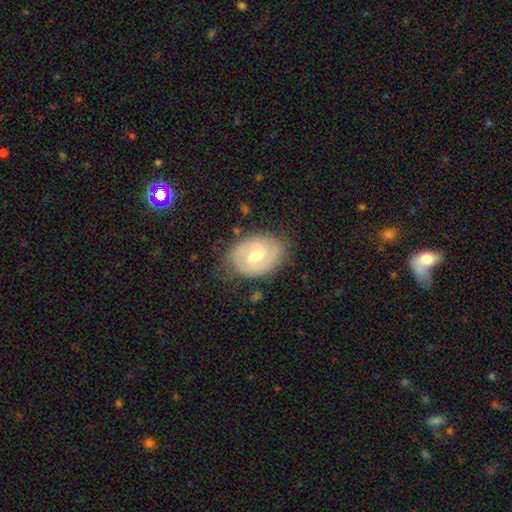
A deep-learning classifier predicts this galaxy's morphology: Q: Smooth or featured?
A: featured or disk (72%); runner-up: smooth (22%)
Q: Edge-on disk?
A: no (96%); runner-up: yes (4%)
Q: Bar?
A: weak (46%); runner-up: no (44%)
Q: Spiral arms?
A: yes (84%); runner-up: no (16%)
Q: Spiral winding?
A: tight (56%); runner-up: medium (34%)
Q: Spiral arm count?
A: 2 (75%); runner-up: can't tell (16%)
Q: Bulge size?
A: moderate (70%); runner-up: small (25%)
Q: Merging?
A: none (76%); runner-up: minor disturbance (18%)